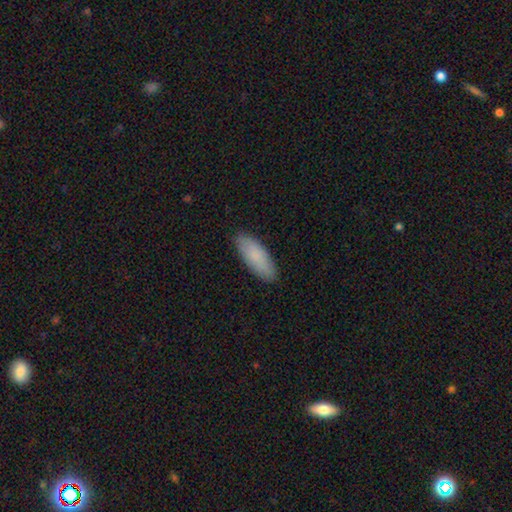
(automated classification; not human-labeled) This appears to be a smooth galaxy with no disk features (86%) that is in between round and cigar-shaped (68%). Merging: none (88%).